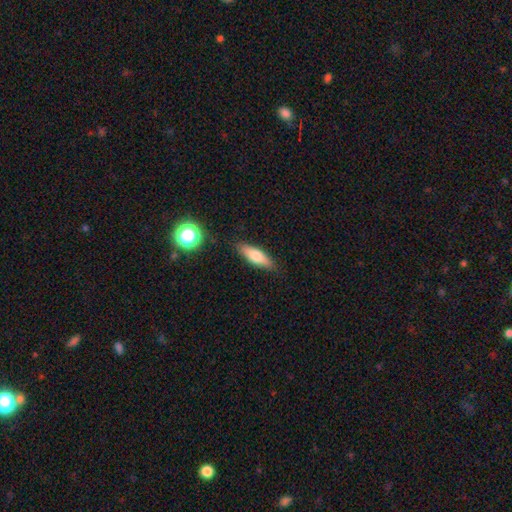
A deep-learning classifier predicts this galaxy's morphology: Smooth or featured?
  - smooth: 70% *
  - featured or disk: 23%
  - star or artifact: 7%
How rounded?
  - cigar-shaped: 49% *
  - in between: 48%
  - round: 3%
Merging?
  - none: 85% *
  - minor disturbance: 11%
  - major disturbance: 2%
  - merger: 2%